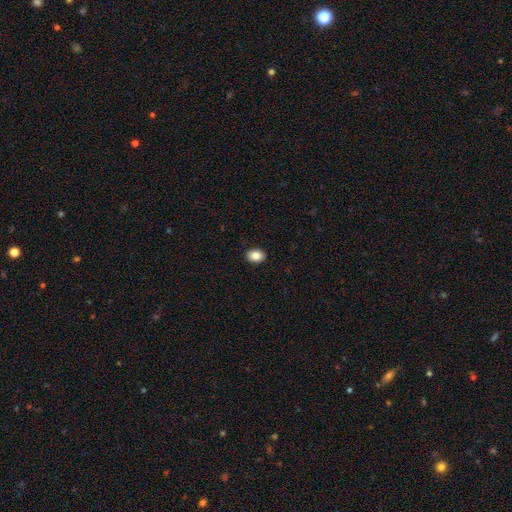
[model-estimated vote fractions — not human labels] This appears to be a smooth galaxy with no disk features (86%) that is in between round and cigar-shaped (79%). Merging: none (91%).